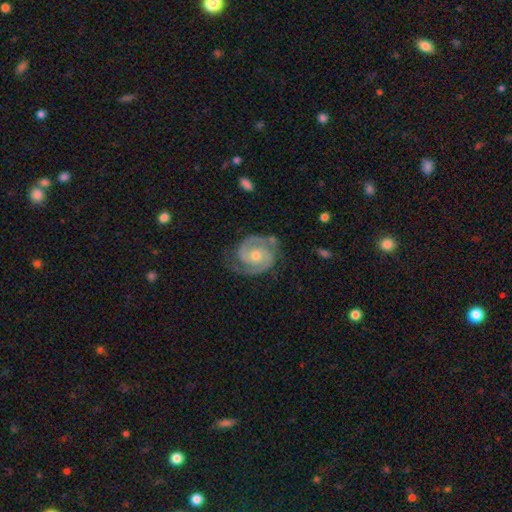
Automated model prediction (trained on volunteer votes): Overall: featured or disk (91%). Edge-on disk: no (98%). Bar: no (68%). Spiral arms: yes (98%). Spiral arm count: 2 (91%). Spiral winding: tight (57%; medium 37%). Bulge size: moderate (61%; small 35%). Merging: none (78%).